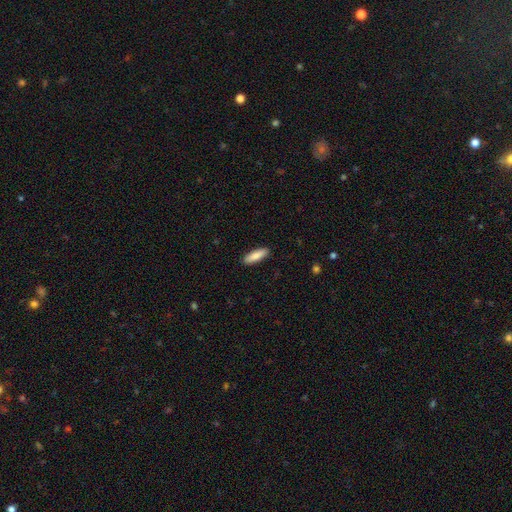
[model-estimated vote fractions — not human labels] Overall: smooth (84%). How rounded: cigar-shaped (56%; in between 43%). Merging: none (90%).